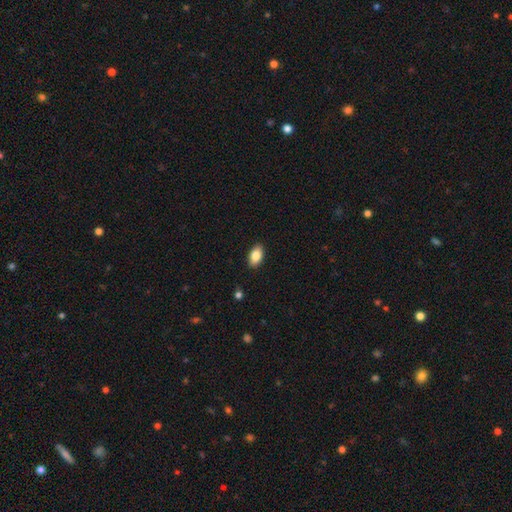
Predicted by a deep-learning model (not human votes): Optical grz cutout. It shows a smooth galaxy with no disk features (85%) that is in between round and cigar-shaped (92%). Merging: none (89%).